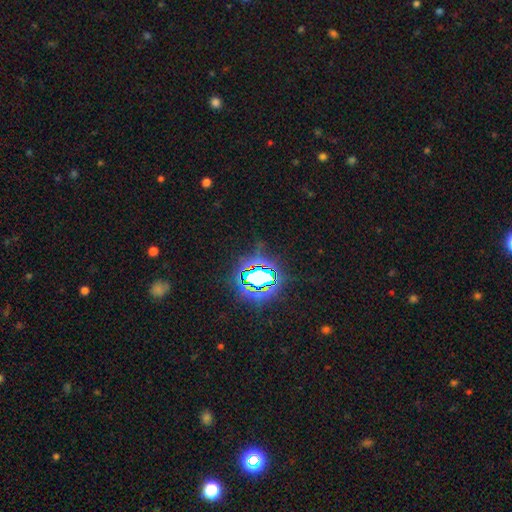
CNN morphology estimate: Q: Smooth or featured?
A: star or artifact (83%); runner-up: smooth (10%)